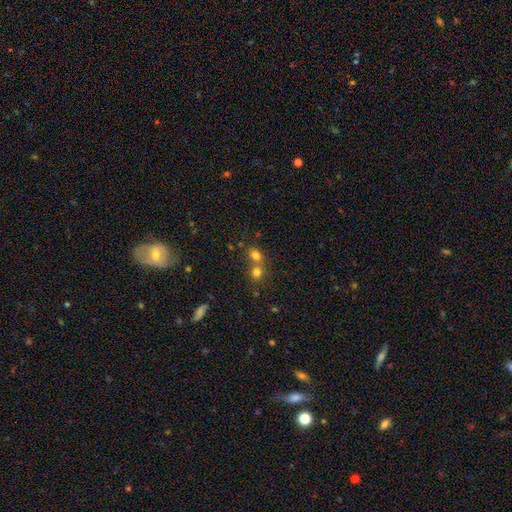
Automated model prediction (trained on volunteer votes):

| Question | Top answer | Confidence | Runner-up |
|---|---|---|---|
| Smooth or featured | smooth | 75% | star or artifact (16%) |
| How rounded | round | 68% | in between (31%) |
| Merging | merger | 51% | none (40%) |